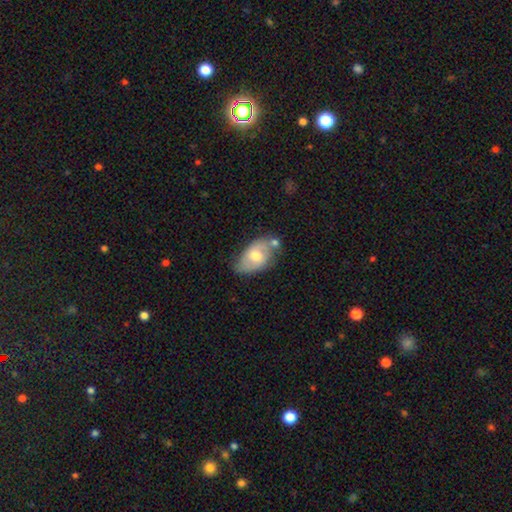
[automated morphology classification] A smooth galaxy with no disk features (48%).

Vote fractions:
- Smooth or featured? smooth: 48% / featured or disk: 45% / star or artifact: 6%
- Merging? none: 52% / minor disturbance: 26% / merger: 14% / major disturbance: 8%